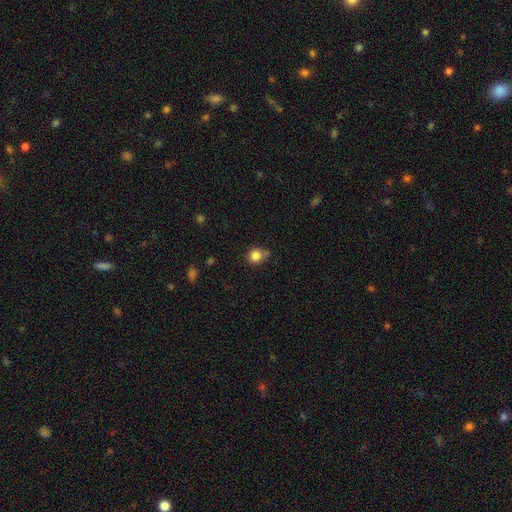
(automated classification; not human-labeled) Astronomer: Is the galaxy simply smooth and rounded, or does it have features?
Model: smooth — 84%.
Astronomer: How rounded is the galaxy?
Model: round — 81%.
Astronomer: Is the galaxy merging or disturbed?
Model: none — 61%.